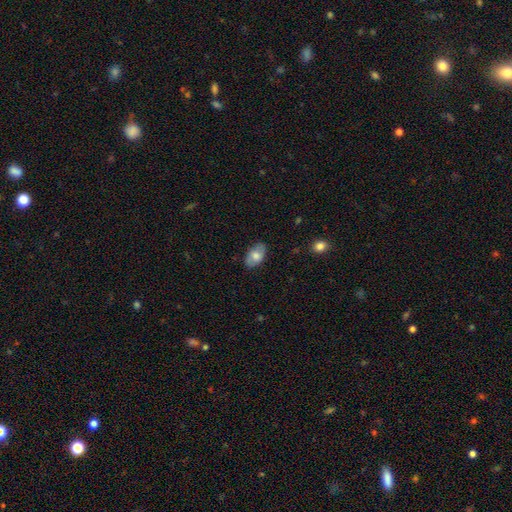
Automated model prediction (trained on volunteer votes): Smooth or featured: smooth — 71% (featured or disk — 22%)
How rounded: in between — 92% (round — 6%)
Merging: none — 81% (minor disturbance — 15%)